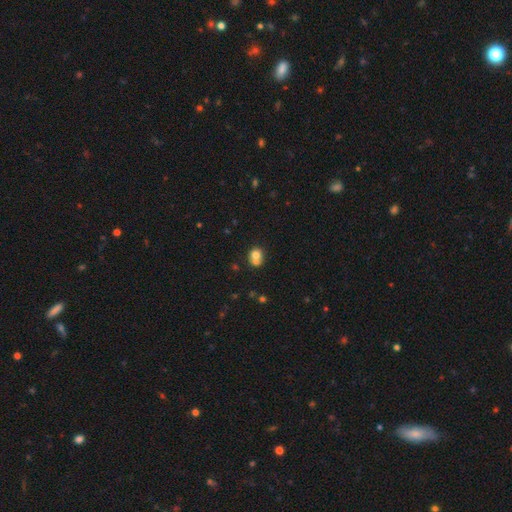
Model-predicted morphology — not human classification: Smooth or featured? smooth (72%)
How rounded? round (73%)
Merging? merger (53%)